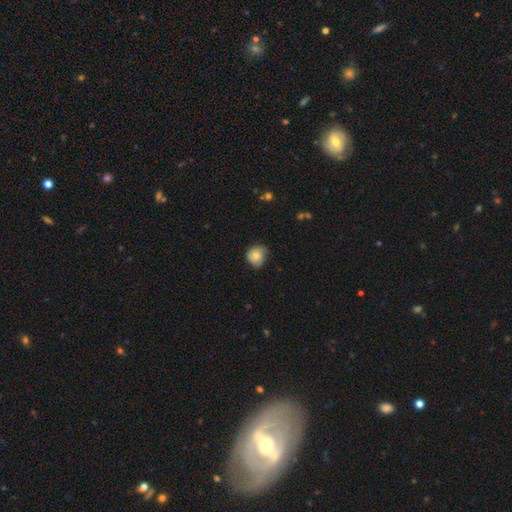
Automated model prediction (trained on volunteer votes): A smooth galaxy with no disk features (77%) that is round (83%).

Vote fractions:
- Smooth or featured? smooth: 77% / featured or disk: 14% / star or artifact: 8%
- How rounded? round: 83% / in between: 16% / cigar-shaped: 1%
- Merging? none: 64% / minor disturbance: 30% / major disturbance: 5% / merger: 1%